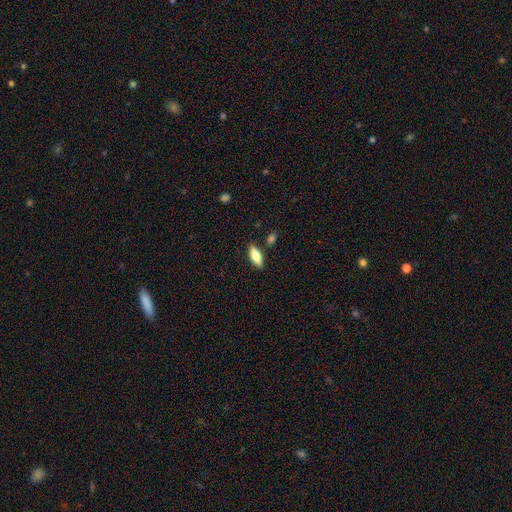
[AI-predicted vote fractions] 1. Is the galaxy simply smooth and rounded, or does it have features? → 79% smooth, 15% featured or disk, 6% star or artifact.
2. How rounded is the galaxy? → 69% in between, 28% cigar-shaped, 2% round.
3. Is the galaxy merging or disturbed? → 83% none, 11% minor disturbance, 3% merger, 2% major disturbance.